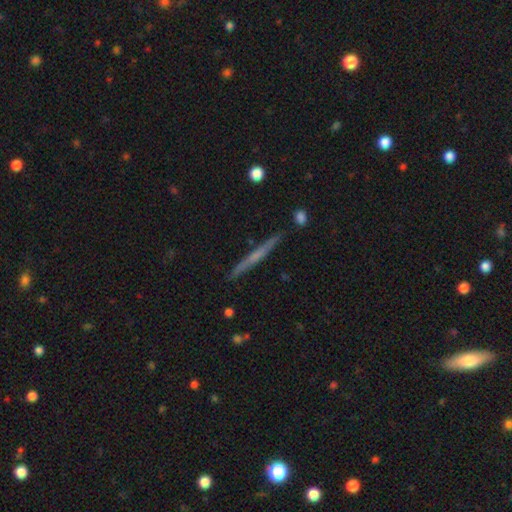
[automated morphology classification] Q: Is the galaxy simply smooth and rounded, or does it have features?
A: featured or disk — 60%.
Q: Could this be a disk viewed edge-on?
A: yes — 98%.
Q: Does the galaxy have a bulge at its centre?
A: none — 67%.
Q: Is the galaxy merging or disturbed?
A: none — 90%.